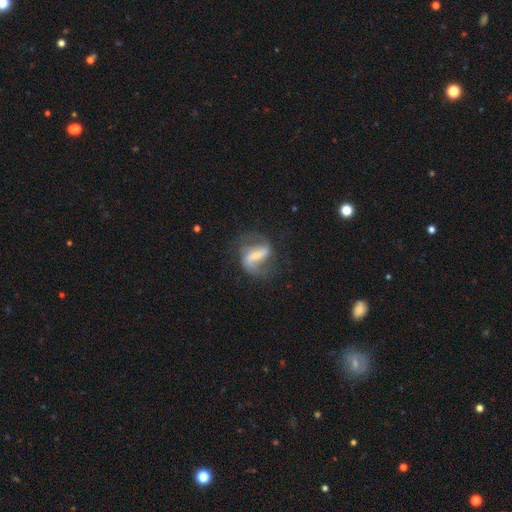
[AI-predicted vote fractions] Q: Smooth or featured?
A: featured or disk (82%); runner-up: smooth (12%)
Q: Edge-on disk?
A: no (97%); runner-up: yes (3%)
Q: Bar?
A: strong (51%); runner-up: weak (36%)
Q: Spiral arms?
A: yes (94%); runner-up: no (6%)
Q: Spiral winding?
A: medium (47%); runner-up: loose (40%)
Q: Spiral arm count?
A: 2 (89%); runner-up: can't tell (4%)
Q: Bulge size?
A: small (47%); runner-up: moderate (31%)
Q: Merging?
A: none (67%); runner-up: minor disturbance (17%)